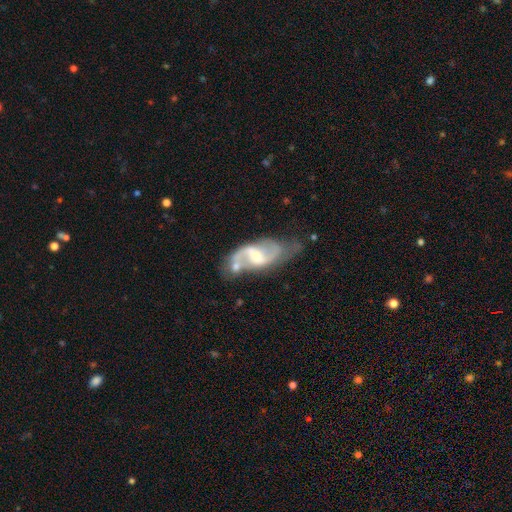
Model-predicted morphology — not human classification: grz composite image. It shows a featured or disk galaxy (83%) with a weak bar (53%), 2 (88%) loose (48%) spiral arms (93%) and a moderate central bulge (41%). Merging: none (46%).